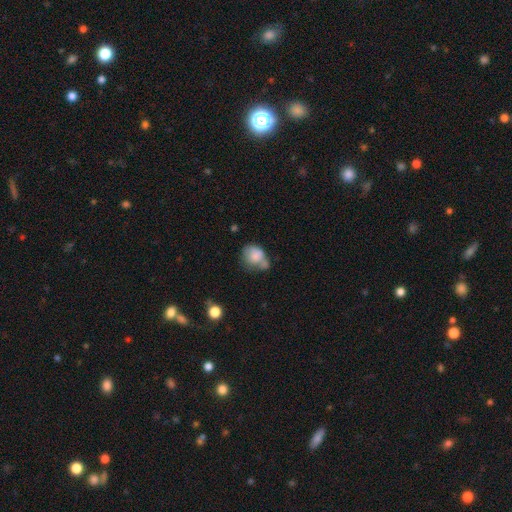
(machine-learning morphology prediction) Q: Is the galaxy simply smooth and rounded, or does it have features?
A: smooth — 73%.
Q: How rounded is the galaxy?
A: round — 53%.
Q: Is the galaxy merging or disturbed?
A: none — 30%, tied with merger.